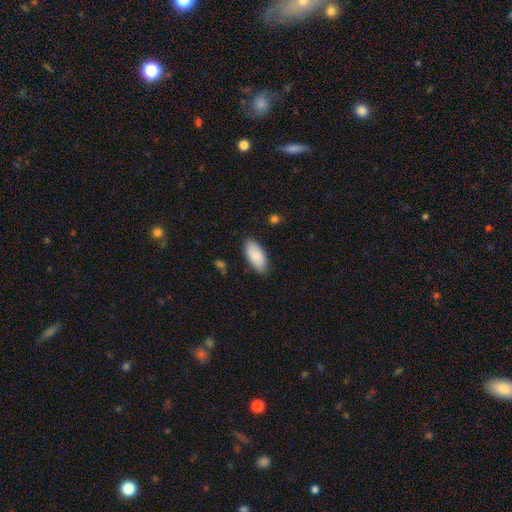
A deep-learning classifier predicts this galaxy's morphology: smooth-or-featured: smooth: 86% | featured or disk: 8% | star or artifact: 6%
  how-rounded: in between: 91% | cigar-shaped: 7% | round: 2%
  merging: none: 85% | minor disturbance: 12% | major disturbance: 2% | merger: 1%